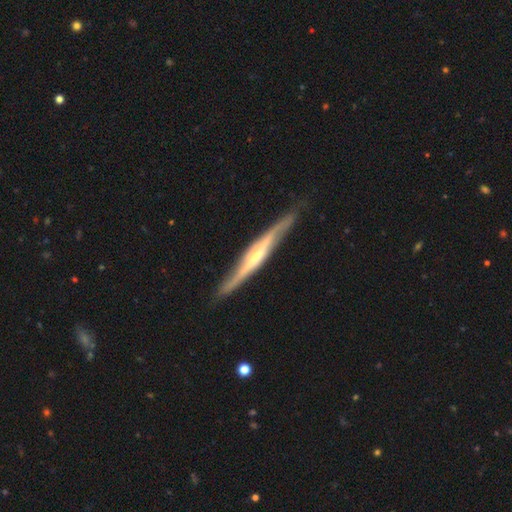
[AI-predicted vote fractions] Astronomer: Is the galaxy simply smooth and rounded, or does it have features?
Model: featured or disk — 78%.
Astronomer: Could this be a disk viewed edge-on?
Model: yes — 88%.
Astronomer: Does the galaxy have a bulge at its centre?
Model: rounded — 67%.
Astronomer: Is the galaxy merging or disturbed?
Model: none — 83%.